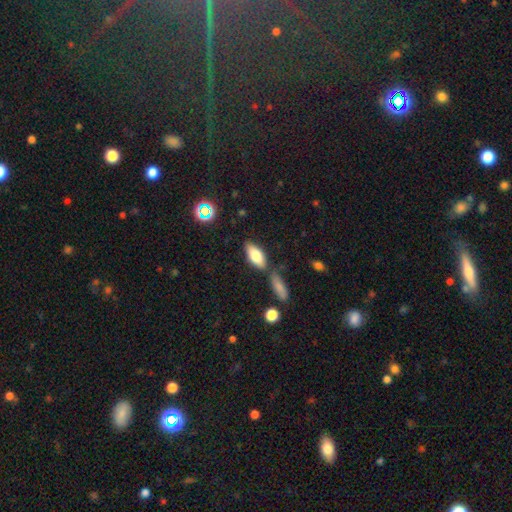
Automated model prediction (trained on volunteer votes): Overall: smooth (78%). How rounded: in between (82%). Merging: none (69%).